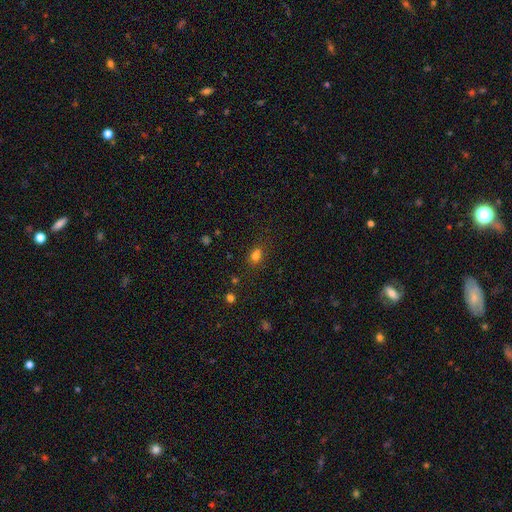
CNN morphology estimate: smooth_or_featured: smooth (p=0.75) [alt: star or artifact p=0.17]
how_rounded: in between (p=0.56) [alt: round p=0.42]
merging: none (p=0.60) [alt: merger p=0.19]